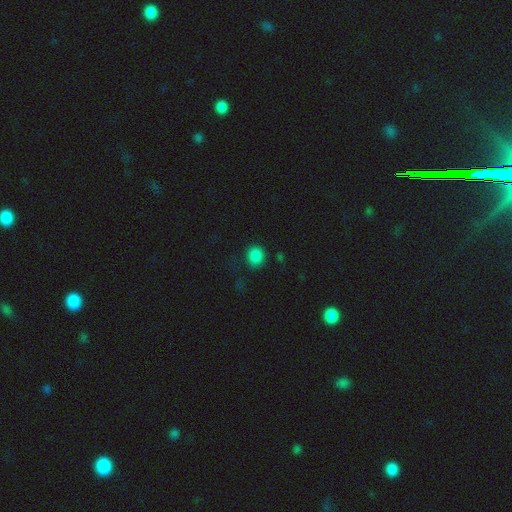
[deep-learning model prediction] A smooth galaxy with no disk features (84%) that is round (74%).

Vote fractions:
- Smooth or featured? smooth: 84% / star or artifact: 13% / featured or disk: 3%
- How rounded? round: 74% / in between: 25% / cigar-shaped: 1%
- Merging? none: 77% / minor disturbance: 15% / major disturbance: 5% / merger: 2%